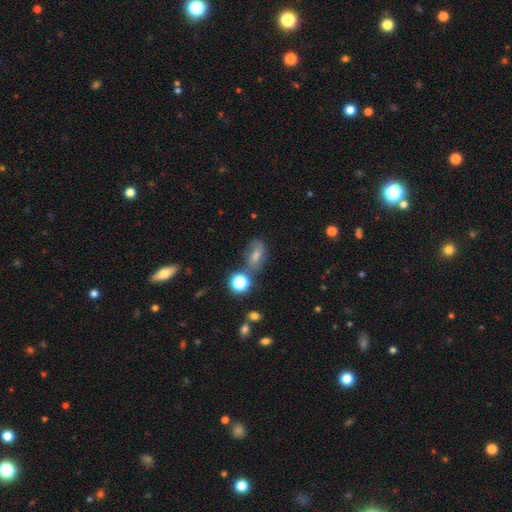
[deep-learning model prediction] The model was most divided on "smooth or featured": smooth: 48%, featured or disk: 29%, star or artifact: 24%. More confident: merging — none (57%).